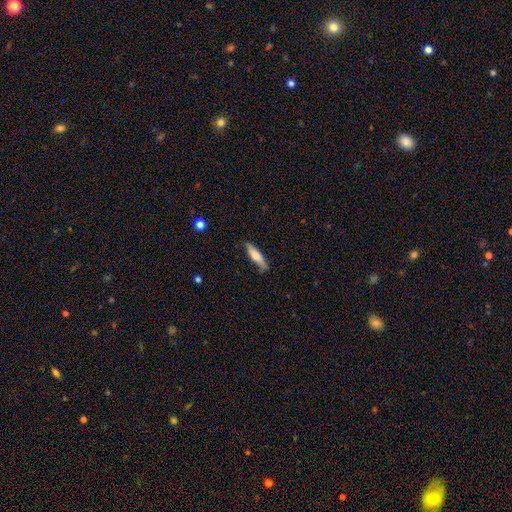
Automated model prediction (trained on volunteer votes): The model was most divided on "smooth or featured": smooth: 61%, featured or disk: 33%, star or artifact: 6%. More confident: merging — none (79%); how rounded — cigar-shaped (71%).